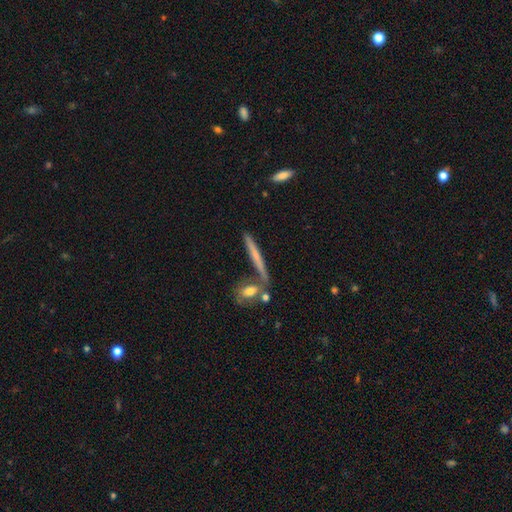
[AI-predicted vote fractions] Smooth or featured? smooth (47%)
Merging? none (71%)